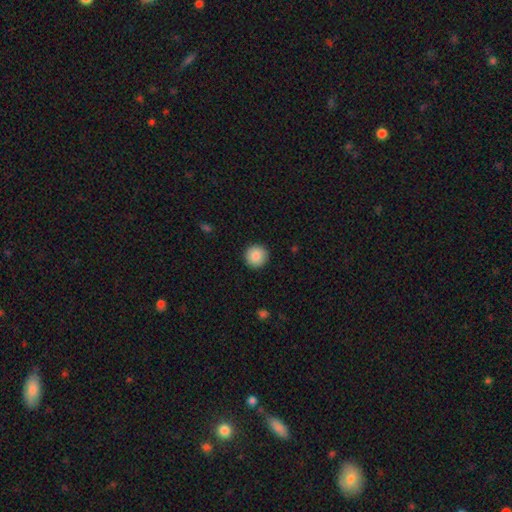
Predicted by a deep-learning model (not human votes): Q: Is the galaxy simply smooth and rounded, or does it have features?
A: smooth — 88%.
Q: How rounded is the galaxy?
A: round — 95%.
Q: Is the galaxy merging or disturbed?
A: none — 92%.